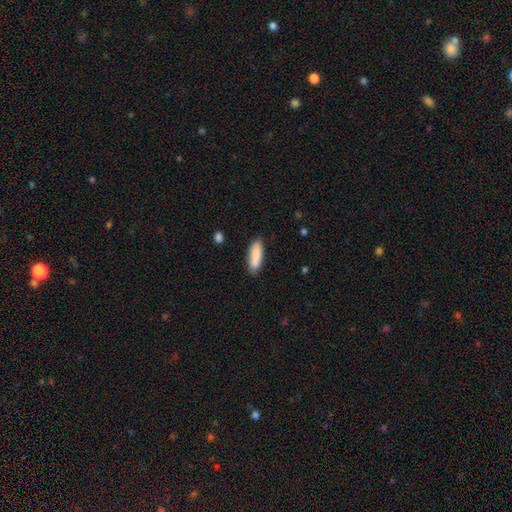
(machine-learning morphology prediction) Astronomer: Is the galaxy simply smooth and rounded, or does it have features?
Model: smooth — 88%.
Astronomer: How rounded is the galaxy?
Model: in between — 56% (runner-up: cigar-shaped, 43%).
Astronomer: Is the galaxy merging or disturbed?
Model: none — 85%.